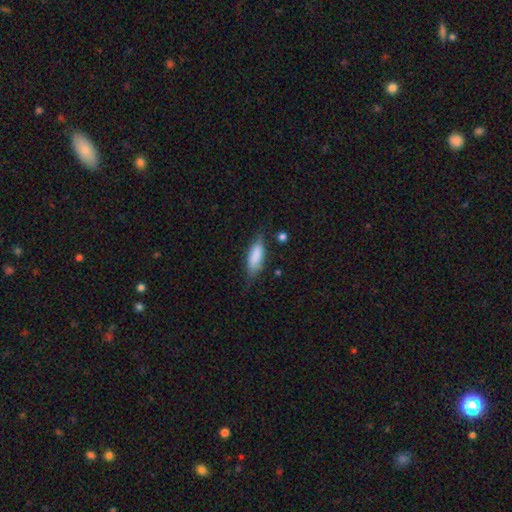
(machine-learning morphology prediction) Overall: smooth (80%). How rounded: in between (66%; cigar-shaped 32%). Merging: none (58%; minor disturbance 30%).